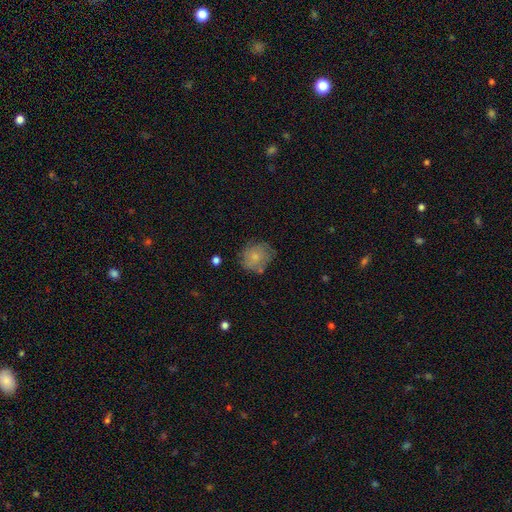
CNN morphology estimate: The model was most divided on "merging": none: 61%, minor disturbance: 26%, major disturbance: 8%, merger: 4%. More confident: how rounded — round (74%); smooth or featured — smooth (69%).